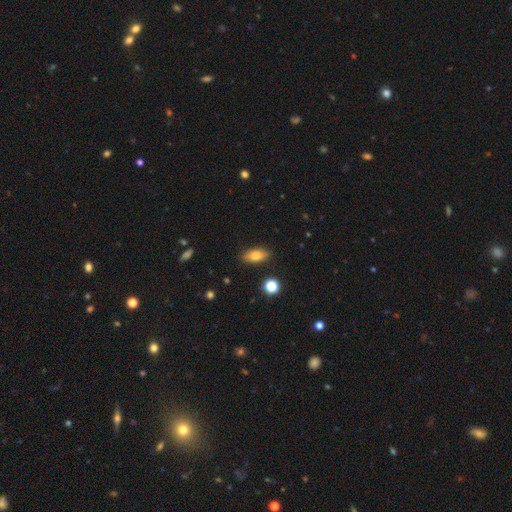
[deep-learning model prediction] smooth_or_featured: smooth (p=0.78) [alt: featured or disk p=0.14]
how_rounded: in between (p=0.83) [alt: cigar-shaped p=0.12]
merging: none (p=0.86) [alt: minor disturbance p=0.10]